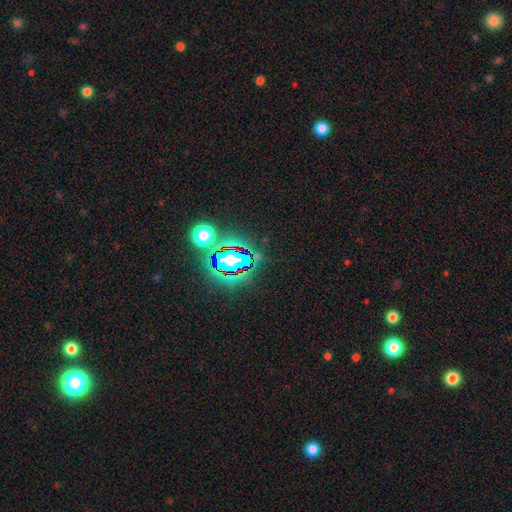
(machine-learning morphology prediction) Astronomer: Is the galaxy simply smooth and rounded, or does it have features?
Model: star or artifact — 75%.